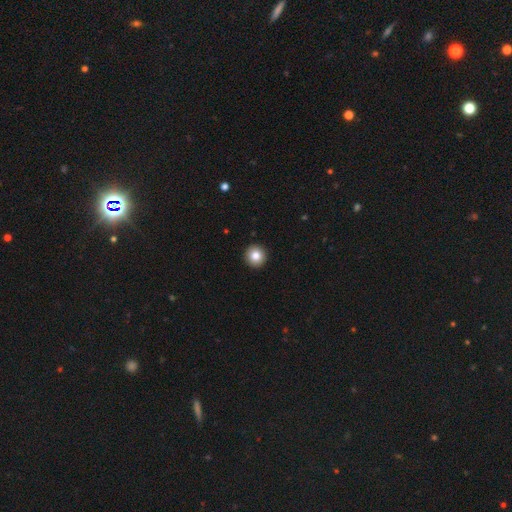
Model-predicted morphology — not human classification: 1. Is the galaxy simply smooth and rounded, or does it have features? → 83% smooth, 9% star or artifact, 8% featured or disk.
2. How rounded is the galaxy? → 96% round, 3% in between, 1% cigar-shaped.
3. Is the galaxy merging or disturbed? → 94% none, 4% minor disturbance, 1% major disturbance, 1% merger.